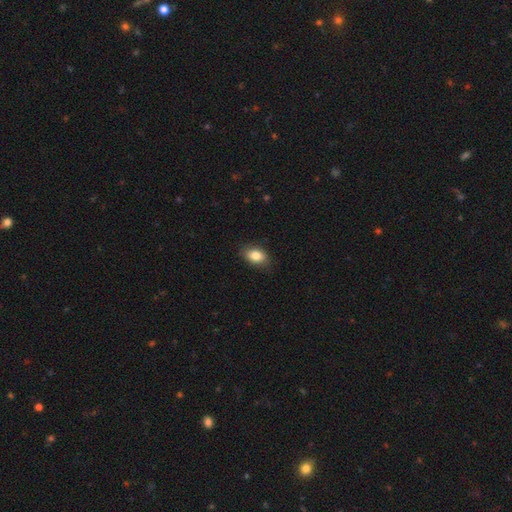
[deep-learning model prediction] The model was most divided on "merging": none: 83%, minor disturbance: 13%, major disturbance: 3%, merger: 1%. More confident: how rounded — in between (86%); smooth or featured — smooth (84%).